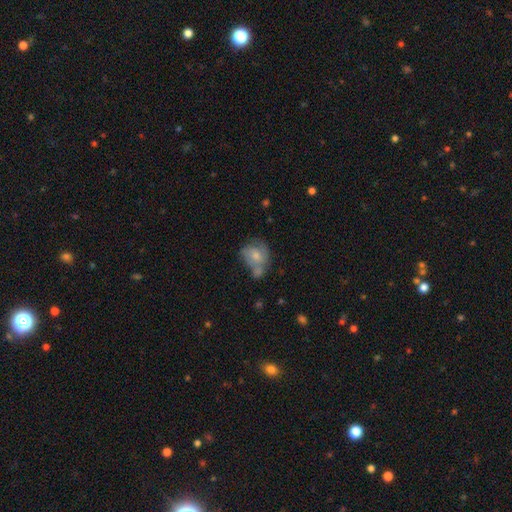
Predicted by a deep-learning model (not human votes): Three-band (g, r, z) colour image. It shows a smooth galaxy with no disk features (53%) that is round (51%). Merging: none (33%).